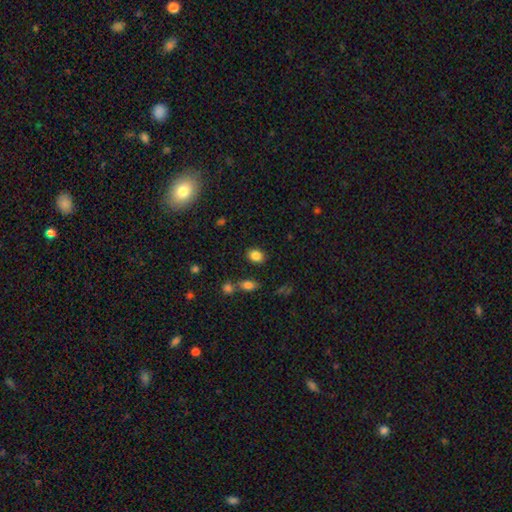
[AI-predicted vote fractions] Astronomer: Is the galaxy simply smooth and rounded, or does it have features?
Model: smooth — 84%.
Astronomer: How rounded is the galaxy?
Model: in between — 63%.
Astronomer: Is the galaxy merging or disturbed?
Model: none — 84%.